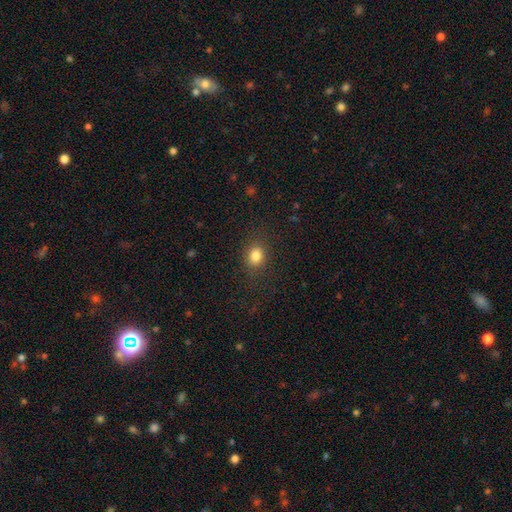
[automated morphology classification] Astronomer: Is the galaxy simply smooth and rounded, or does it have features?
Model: smooth — 83%.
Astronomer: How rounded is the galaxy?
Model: round — 53% (runner-up: in between, 46%).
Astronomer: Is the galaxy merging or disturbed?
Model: none — 84%.